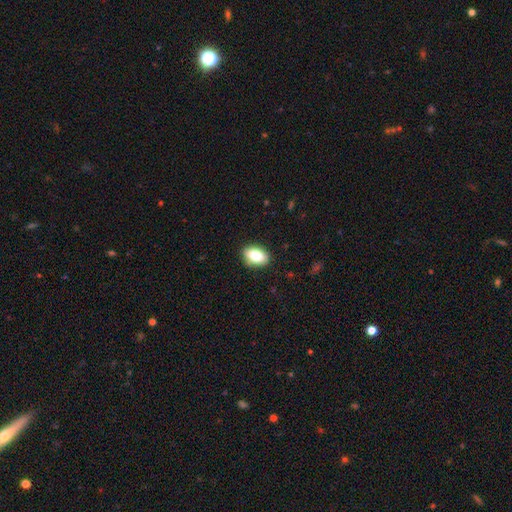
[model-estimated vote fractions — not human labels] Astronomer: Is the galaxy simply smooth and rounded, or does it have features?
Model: smooth — 82%.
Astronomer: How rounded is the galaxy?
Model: in between — 85%.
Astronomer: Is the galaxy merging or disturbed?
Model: none — 88%.